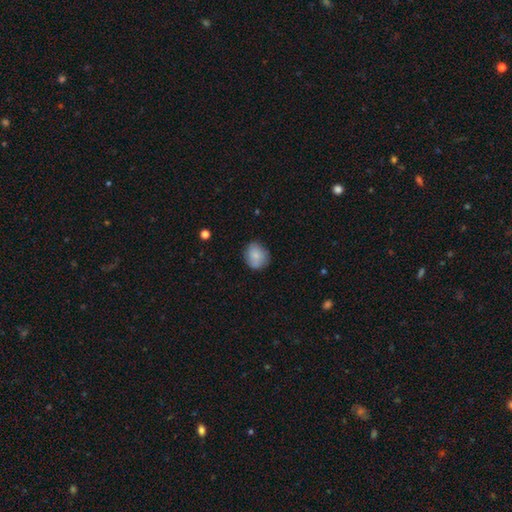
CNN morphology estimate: Overall: smooth (81%). How rounded: round (69%; in between 30%). Merging: none (77%).